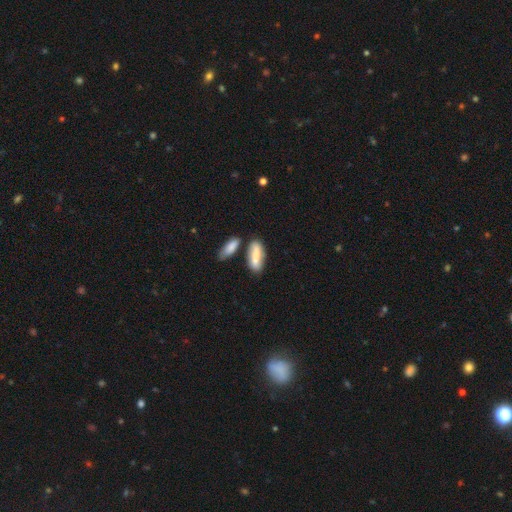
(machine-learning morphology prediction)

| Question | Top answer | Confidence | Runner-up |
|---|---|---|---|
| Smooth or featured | smooth | 73% | featured or disk (21%) |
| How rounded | in between | 63% | cigar-shaped (34%) |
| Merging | none | 63% | merger (17%) |